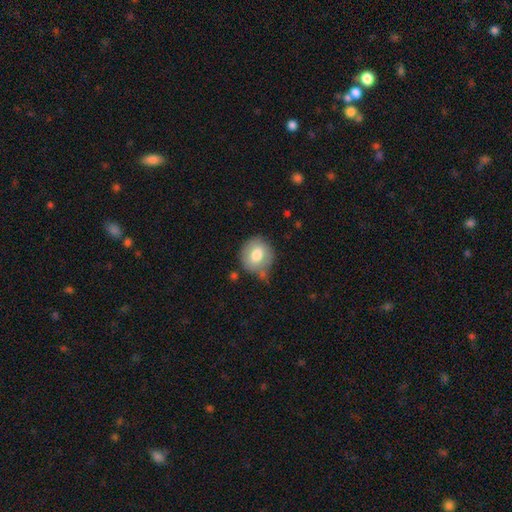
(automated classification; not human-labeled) A smooth galaxy with no disk features (72%) that is round (80%). Merging: none (65%).